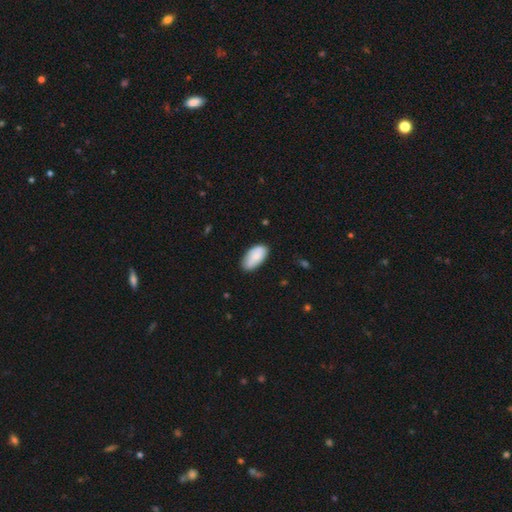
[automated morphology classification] Smooth or featured: smooth — 80% (featured or disk — 13%)
How rounded: in between — 94% (cigar-shaped — 4%)
Merging: none — 76% (minor disturbance — 19%)